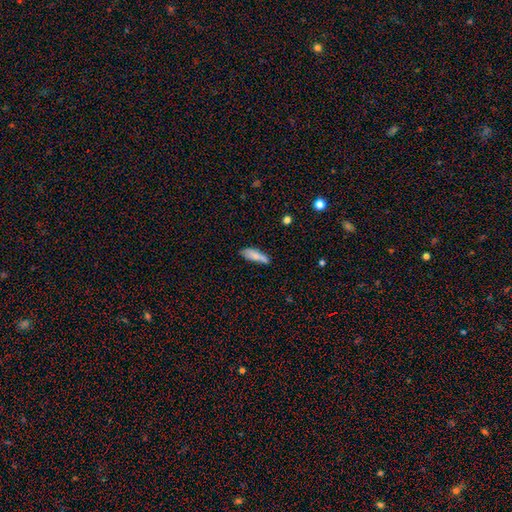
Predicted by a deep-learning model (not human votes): Smooth or featured? Predicted: smooth (p=0.76). How rounded? Predicted: cigar-shaped (p=0.51). Merging? Predicted: none (p=0.53).